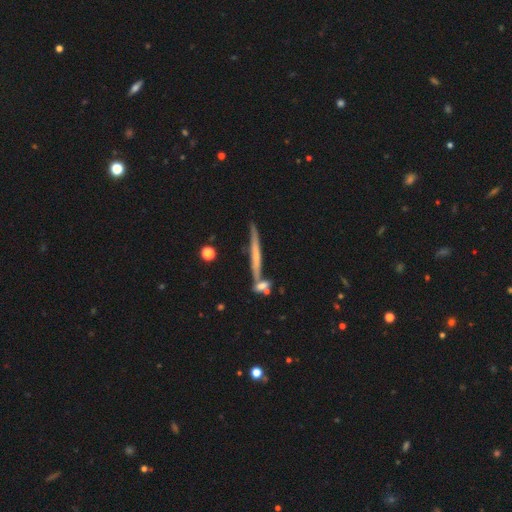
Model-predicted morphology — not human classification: This is possibly a featured or disk galaxy (52%). It is clearly viewed edge-on (94%). Merging: likely none (69%).